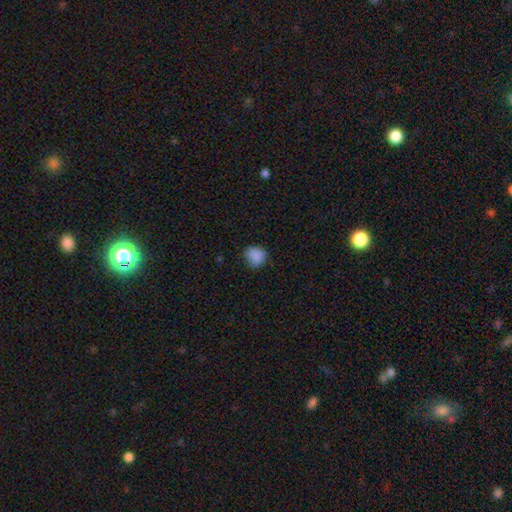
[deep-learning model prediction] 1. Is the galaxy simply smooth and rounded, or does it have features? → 84% smooth, 10% star or artifact, 6% featured or disk.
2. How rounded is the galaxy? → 70% round, 29% in between, 1% cigar-shaped.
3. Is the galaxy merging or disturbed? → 67% none, 25% minor disturbance, 6% major disturbance, 1% merger.